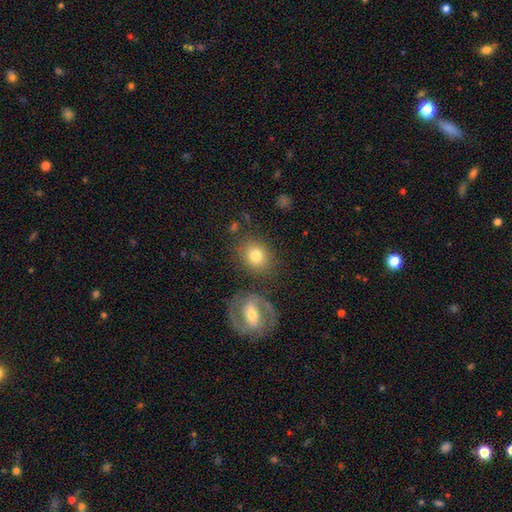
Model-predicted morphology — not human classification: The model was most divided on "how rounded": round: 60%, in between: 39%, cigar-shaped: 1%. More confident: smooth or featured — smooth (74%); merging — none (72%).